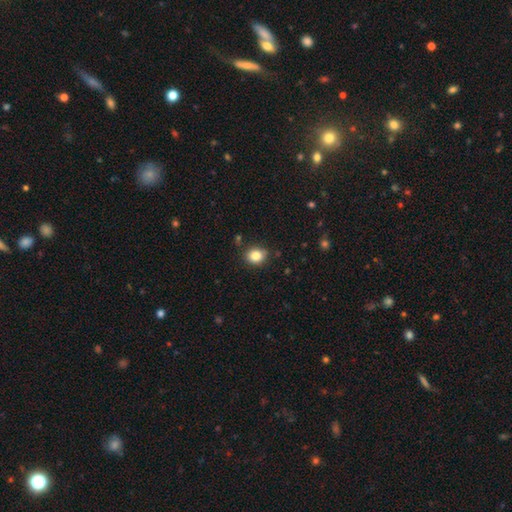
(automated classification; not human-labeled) Smooth or featured? Predicted: smooth (p=0.84). How rounded? Predicted: round (p=0.68). Merging? Predicted: none (p=0.83).